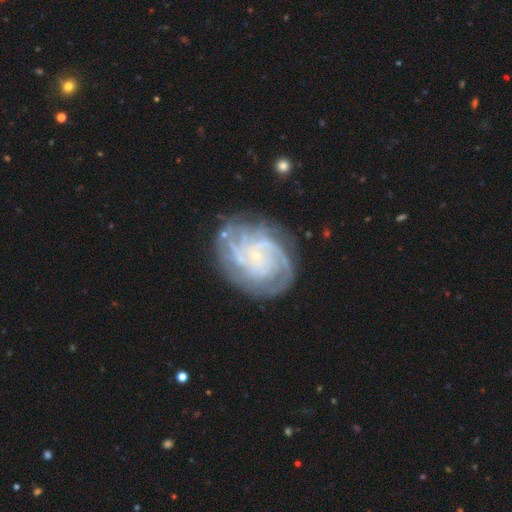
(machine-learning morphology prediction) The model was most divided on "spiral arm count": can't tell: 28%, 4: 21%, 3: 19%, 2: 15%, more than 4: 11%, 1: 7%. More confident: edge-on disk — no (98%); spiral arms — yes (96%); bulge size — small (86%); smooth or featured — featured or disk (86%); bar — no (77%); merging — none (72%); spiral winding — tight (66%).